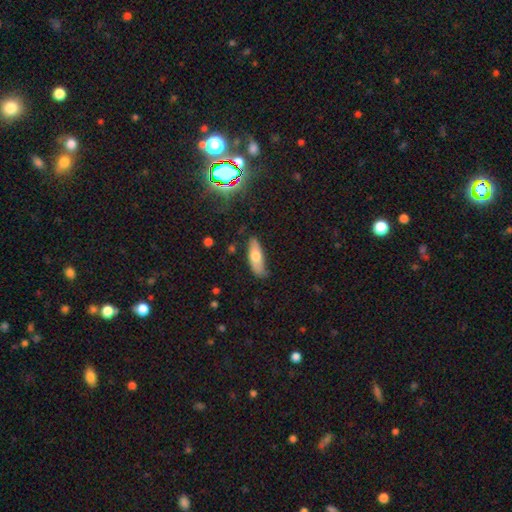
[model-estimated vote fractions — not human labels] A smooth galaxy with no disk features (67%) that is in between round and cigar-shaped (60%). Merging: none (71%).